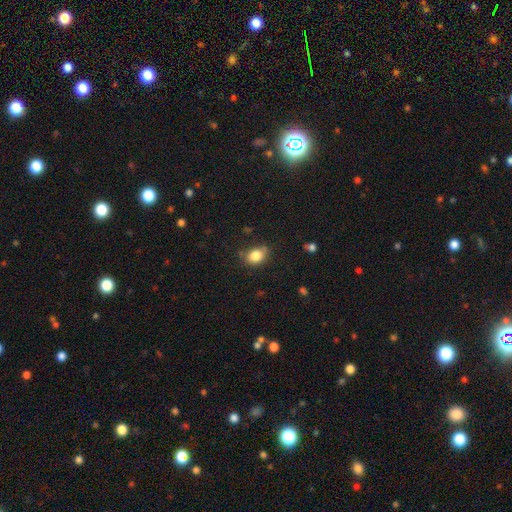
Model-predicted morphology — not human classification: Smooth or featured? Predicted: smooth (p=0.84). How rounded? Predicted: in between (p=0.61). Merging? Predicted: none (p=0.71).